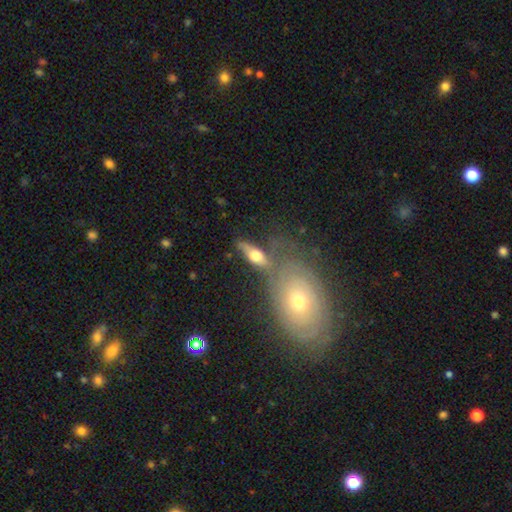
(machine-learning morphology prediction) Smooth or featured: featured or disk — 48% (smooth — 43%)
Merging: none — 49% (merger — 23%)